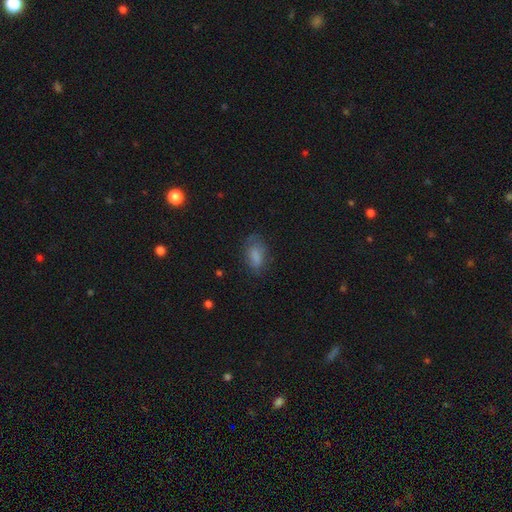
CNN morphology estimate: smooth-or-featured: smooth: 76% | featured or disk: 14% | star or artifact: 10%
  how-rounded: in between: 87% | round: 8% | cigar-shaped: 5%
  merging: none: 61% | minor disturbance: 26% | major disturbance: 12% | merger: 2%